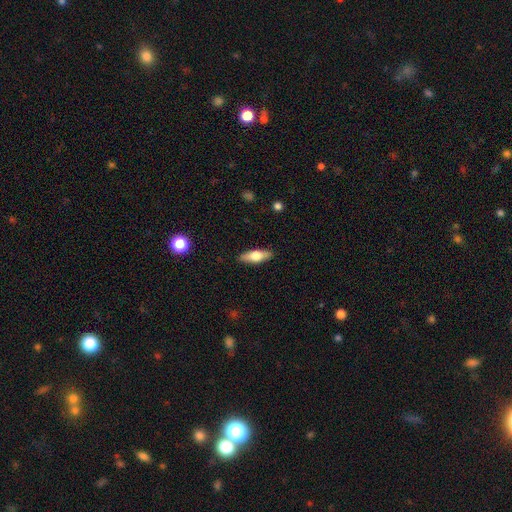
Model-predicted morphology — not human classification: Smooth or featured? smooth (62%)
How rounded? in between (62%)
Merging? none (89%)